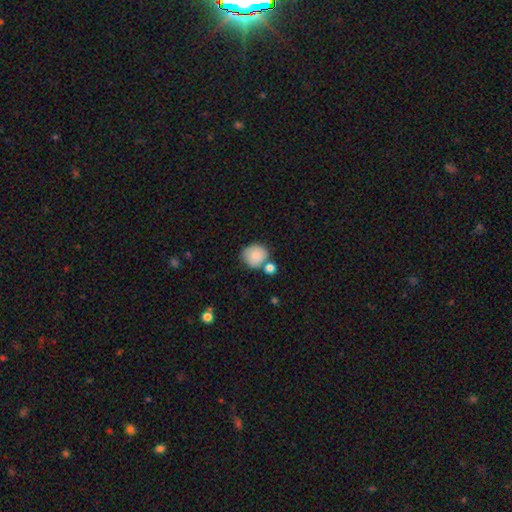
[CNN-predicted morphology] smooth 82%, featured or disk 10%, star or artifact 8%. Down the decision tree: how rounded — round (85%); merging — none (59%).